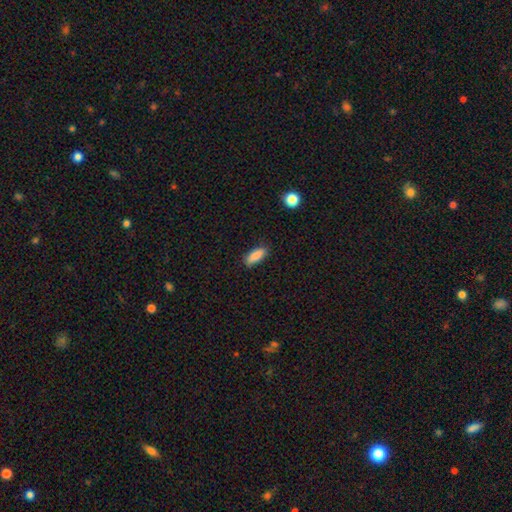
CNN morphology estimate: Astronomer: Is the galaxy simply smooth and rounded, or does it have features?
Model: smooth — 86%.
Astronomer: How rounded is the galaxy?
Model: in between — 72%.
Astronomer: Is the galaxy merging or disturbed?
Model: none — 84%.